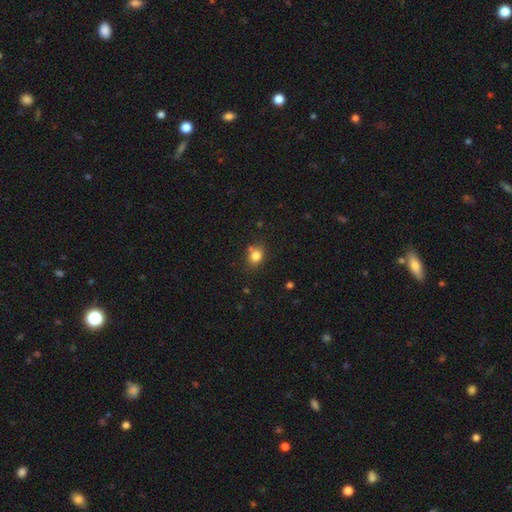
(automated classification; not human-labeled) smooth-or-featured: smooth: 80% | star or artifact: 12% | featured or disk: 8%
  how-rounded: round: 52% | in between: 47% | cigar-shaped: 1%
  merging: none: 68% | minor disturbance: 16% | merger: 12% | major disturbance: 4%